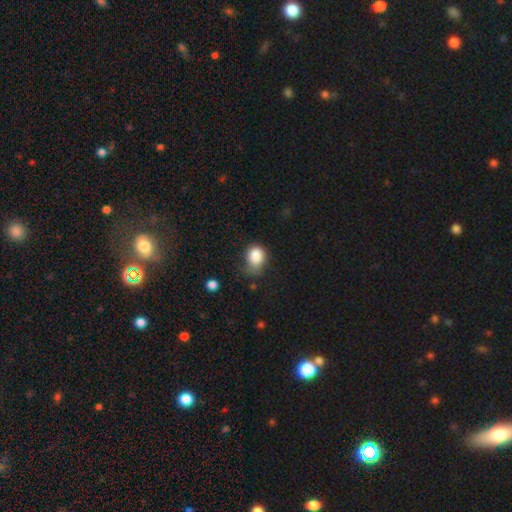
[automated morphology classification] Smooth or featured: smooth — 85% (star or artifact — 9%)
How rounded: round — 54% (in between — 45%)
Merging: none — 42% (minor disturbance — 38%)